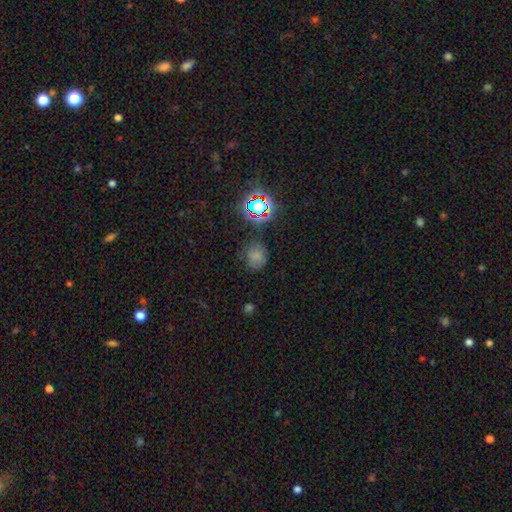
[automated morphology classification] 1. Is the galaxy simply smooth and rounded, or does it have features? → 67% smooth, 26% star or artifact, 8% featured or disk.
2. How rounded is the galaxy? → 73% round, 26% in between, 1% cigar-shaped.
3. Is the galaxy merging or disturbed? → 73% none, 18% minor disturbance, 6% major disturbance, 3% merger.